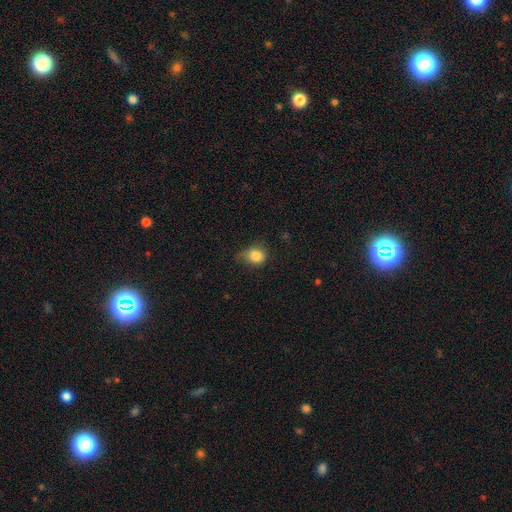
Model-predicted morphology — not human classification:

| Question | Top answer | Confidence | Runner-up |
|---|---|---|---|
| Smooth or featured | smooth | 84% | star or artifact (9%) |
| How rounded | round | 66% | in between (33%) |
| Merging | none | 49% | minor disturbance (37%) |